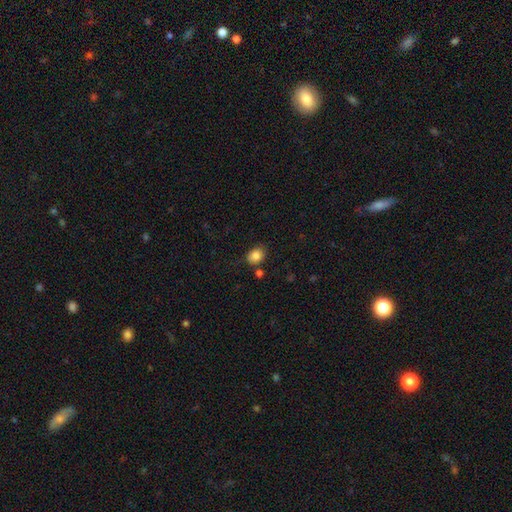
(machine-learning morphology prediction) smooth-or-featured: smooth: 85% | star or artifact: 9% | featured or disk: 5%
  how-rounded: in between: 52% | round: 47% | cigar-shaped: 1%
  merging: none: 73% | minor disturbance: 16% | merger: 6% | major disturbance: 4%